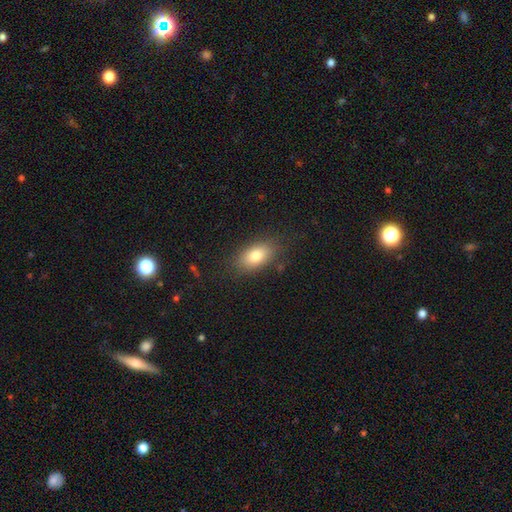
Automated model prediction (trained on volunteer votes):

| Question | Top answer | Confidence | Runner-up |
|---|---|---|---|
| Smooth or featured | smooth | 81% | featured or disk (11%) |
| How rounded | in between | 89% | round (7%) |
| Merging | none | 83% | minor disturbance (12%) |